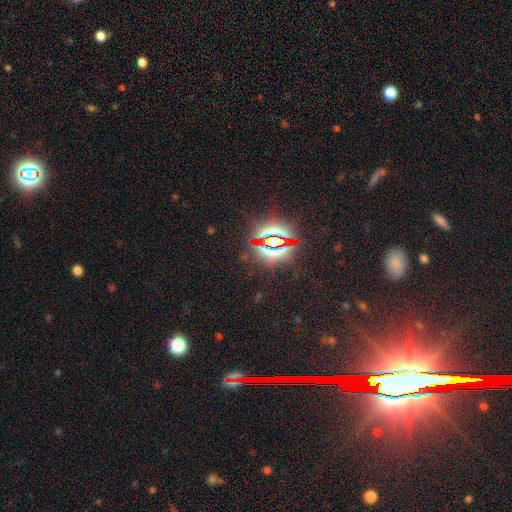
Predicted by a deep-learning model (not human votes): star or artifact 84%, smooth 8%, featured or disk 8%.